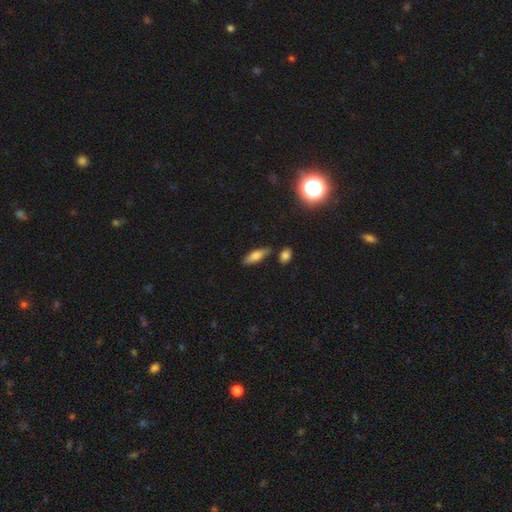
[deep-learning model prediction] Smooth or featured? smooth (73%)
How rounded? in between (58%)
Merging? none (80%)